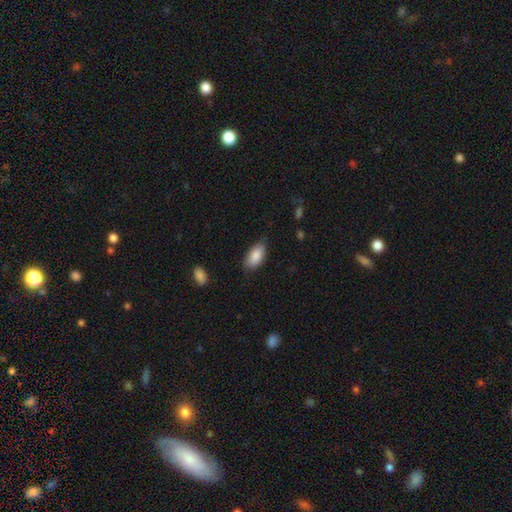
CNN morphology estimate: smooth_or_featured: smooth (p=0.87) [alt: featured or disk p=0.07]
how_rounded: in between (p=0.91) [alt: cigar-shaped p=0.06]
merging: none (p=0.74) [alt: minor disturbance p=0.21]